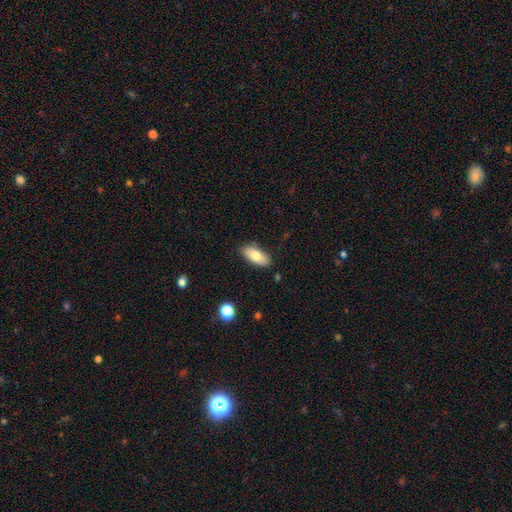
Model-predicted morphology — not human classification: type=smooth (76%); roundness=in between (85%); merging=none (85%).